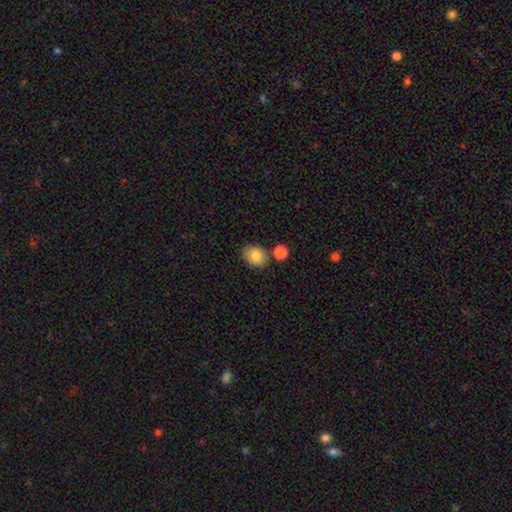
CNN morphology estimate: smooth-or-featured: smooth: 83% | star or artifact: 9% | featured or disk: 8%
  how-rounded: round: 50% | in between: 49% | cigar-shaped: 1%
  merging: none: 73% | minor disturbance: 13% | merger: 10% | major disturbance: 3%